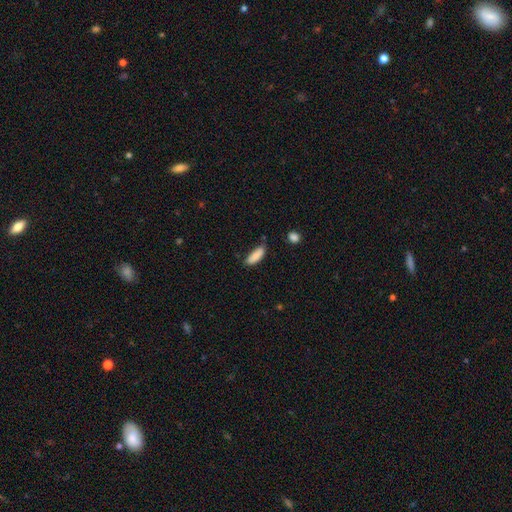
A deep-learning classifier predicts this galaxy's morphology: Overall: smooth (86%). How rounded: in between (66%; cigar-shaped 32%). Merging: none (62%; minor disturbance 30%).